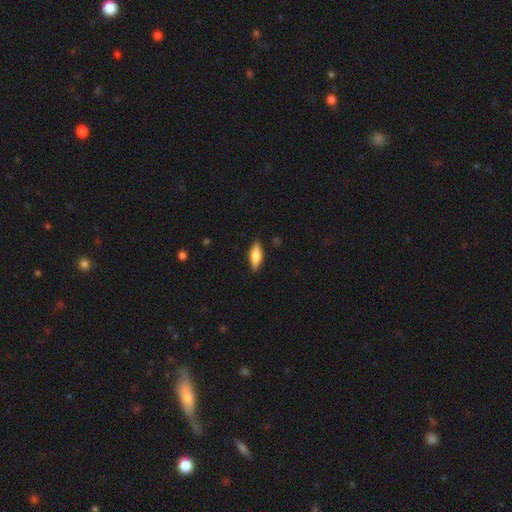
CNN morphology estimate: Overall: smooth (63%; featured or disk 31%). How rounded: in between (56%; cigar-shaped 41%). Merging: none (88%).